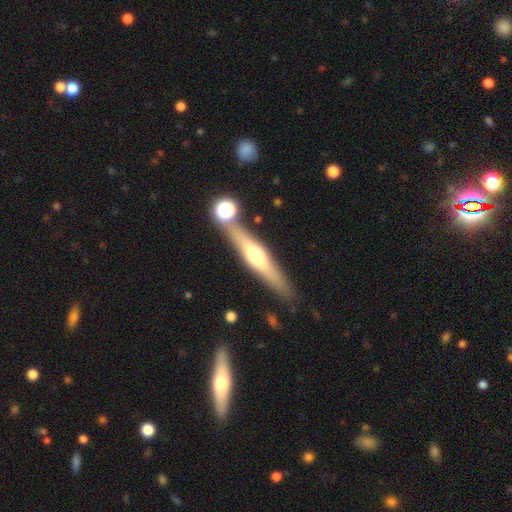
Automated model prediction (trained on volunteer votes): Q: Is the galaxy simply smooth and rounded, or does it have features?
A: featured or disk — 60%.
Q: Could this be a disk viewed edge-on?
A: yes — 93%.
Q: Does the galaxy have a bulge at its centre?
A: rounded — 88%.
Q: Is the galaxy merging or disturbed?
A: none — 80%.